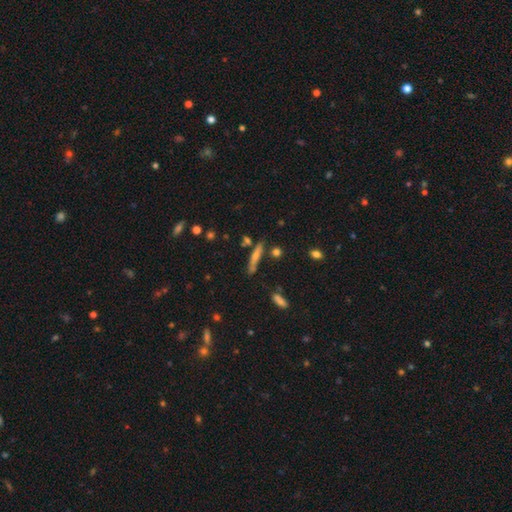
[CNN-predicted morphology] A smooth galaxy with no disk features (56%) that is cigar-shaped (88%).

Vote fractions:
- Smooth or featured? smooth: 56% / featured or disk: 35% / star or artifact: 9%
- How rounded? cigar-shaped: 88% / in between: 9% / round: 3%
- Merging? none: 72% / minor disturbance: 16% / merger: 9% / major disturbance: 4%